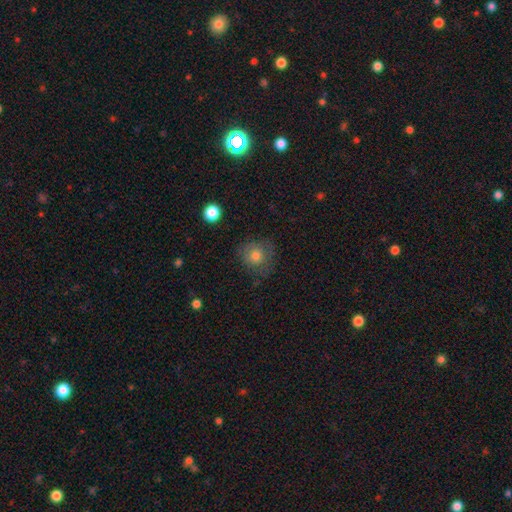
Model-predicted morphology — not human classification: Smooth or featured: smooth — 74% (featured or disk — 15%)
How rounded: round — 87% (in between — 12%)
Merging: none — 72% (minor disturbance — 19%)